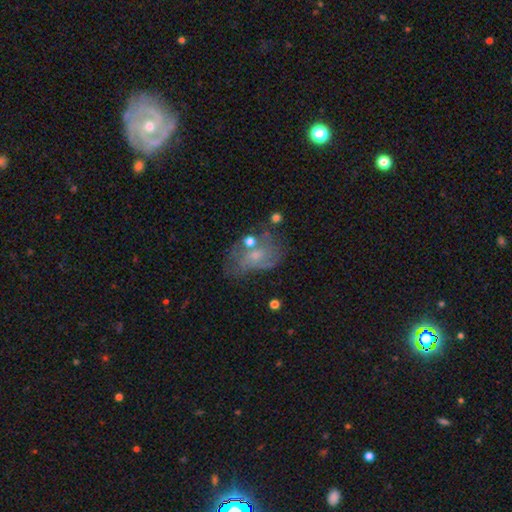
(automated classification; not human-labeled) Smooth or featured? Predicted: featured or disk (p=0.54). Edge-on disk? Predicted: no (p=0.97). Bar? Predicted: no (p=0.75). Spiral arms? Predicted: yes (p=0.50, tied with no). Bulge size? Predicted: small (p=0.57). Merging? Predicted: none (p=0.34).